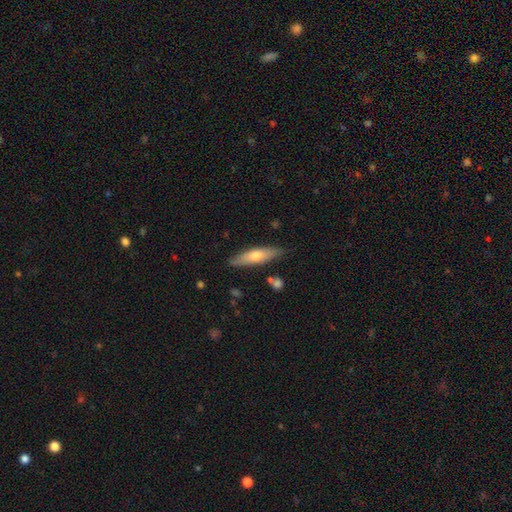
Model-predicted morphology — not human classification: Overall: smooth (56%; featured or disk 38%). How rounded: cigar-shaped (69%). Merging: none (84%).